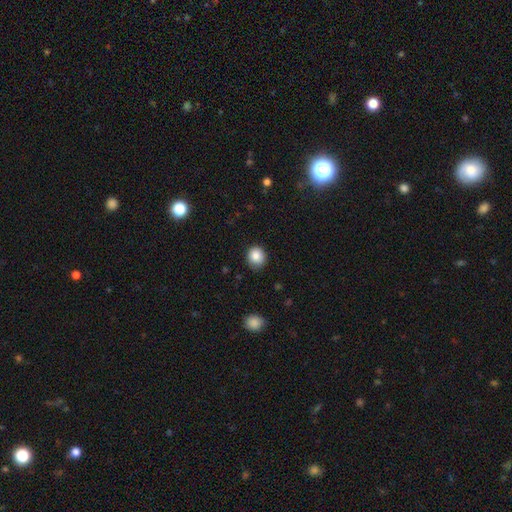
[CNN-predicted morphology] smooth_or_featured: smooth (p=0.85) [alt: star or artifact p=0.09]
how_rounded: round (p=0.82) [alt: in between p=0.17]
merging: none (p=0.84) [alt: minor disturbance p=0.12]